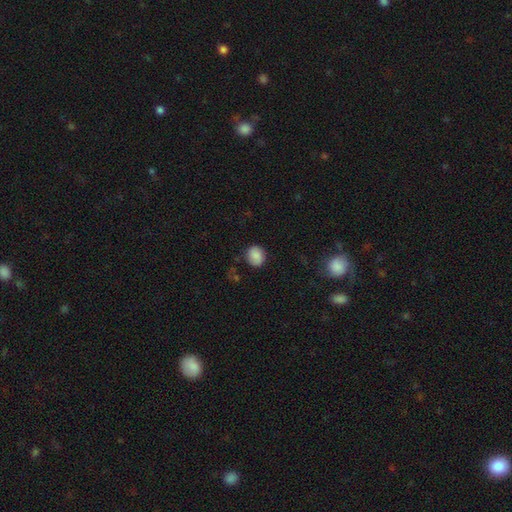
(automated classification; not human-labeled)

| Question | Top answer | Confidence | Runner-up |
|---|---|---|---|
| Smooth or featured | smooth | 81% | featured or disk (10%) |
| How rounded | round | 73% | in between (26%) |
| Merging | none | 80% | minor disturbance (14%) |